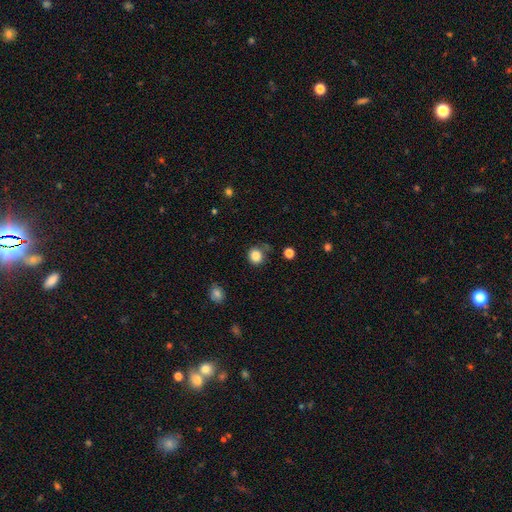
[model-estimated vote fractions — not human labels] smooth-or-featured: smooth: 85% | star or artifact: 11% | featured or disk: 4%
  how-rounded: round: 85% | in between: 14% | cigar-shaped: 1%
  merging: none: 78% | minor disturbance: 14% | merger: 4% | major disturbance: 4%